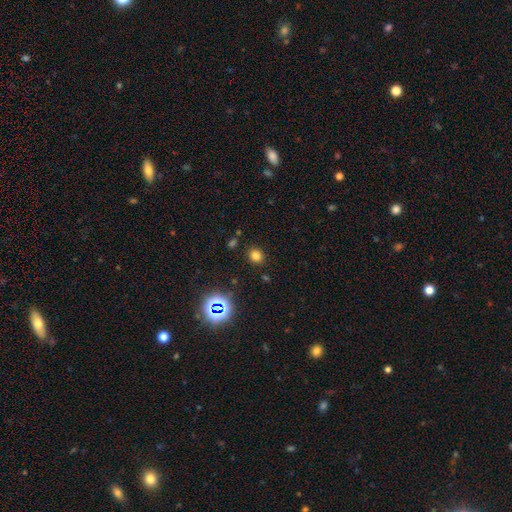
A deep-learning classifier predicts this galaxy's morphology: smooth 74%, star or artifact 20%, featured or disk 5%. Down the decision tree: how rounded — round (69%); merging — none (86%).